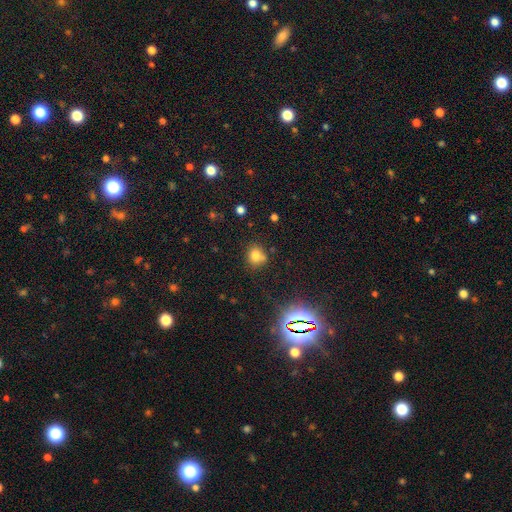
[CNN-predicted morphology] Smooth or featured?
  - smooth: 74% *
  - star or artifact: 17%
  - featured or disk: 8%
How rounded?
  - round: 76% *
  - in between: 23%
  - cigar-shaped: 1%
Merging?
  - none: 68% *
  - minor disturbance: 16%
  - merger: 12%
  - major disturbance: 5%